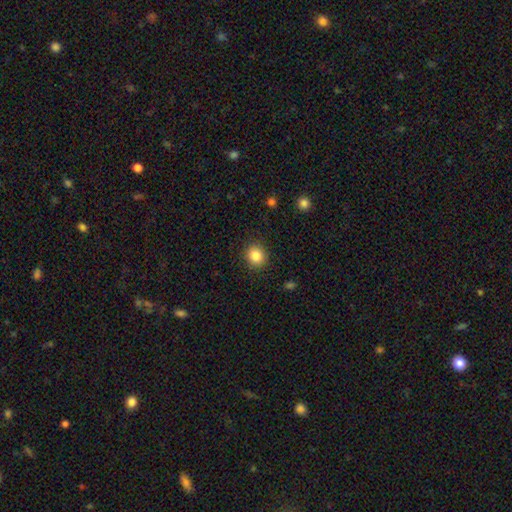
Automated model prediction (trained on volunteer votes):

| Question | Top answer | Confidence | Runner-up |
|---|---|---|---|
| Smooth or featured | smooth | 85% | star or artifact (10%) |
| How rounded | round | 83% | in between (16%) |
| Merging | none | 89% | minor disturbance (7%) |